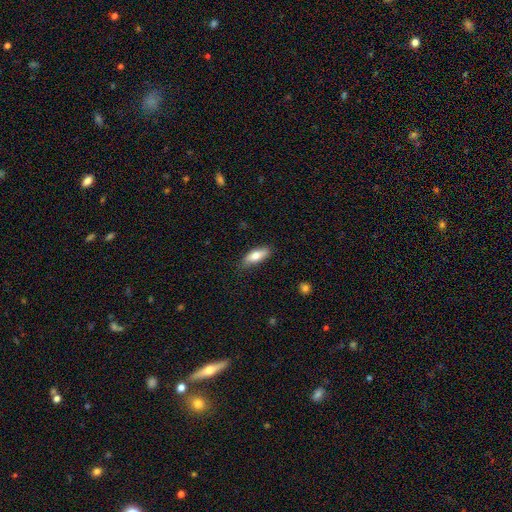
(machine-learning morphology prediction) smooth-or-featured: smooth: 75% | featured or disk: 19% | star or artifact: 6%
  how-rounded: in between: 72% | cigar-shaped: 26% | round: 2%
  merging: none: 81% | minor disturbance: 15% | major disturbance: 3% | merger: 1%